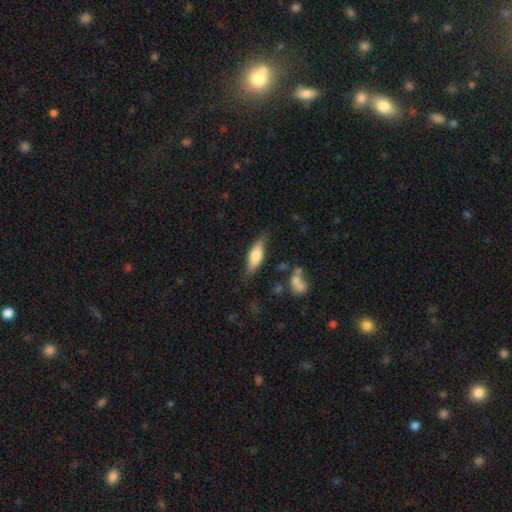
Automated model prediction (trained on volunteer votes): This appears to be a smooth galaxy with no disk features (64%) that is in between round and cigar-shaped (53%). Merging: none (77%).